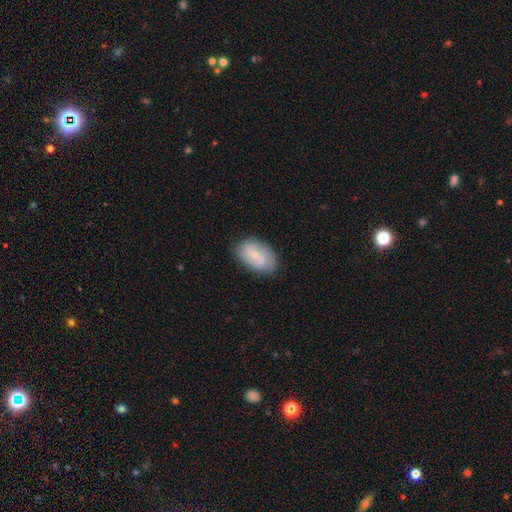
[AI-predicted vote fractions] Smooth or featured: featured or disk — 57% (smooth — 37%)
Edge-on disk: no — 96% (yes — 4%)
Bar: weak — 50% (no — 36%)
Spiral arms: yes — 82% (no — 18%)
Bulge size: small — 67% (moderate — 27%)
Merging: none — 81% (minor disturbance — 15%)